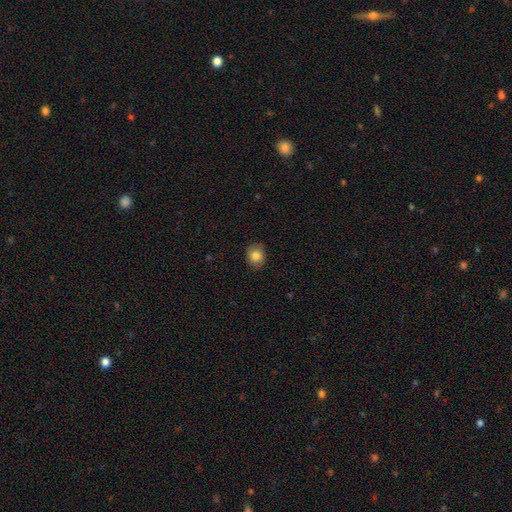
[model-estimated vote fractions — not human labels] Smooth or featured? smooth (84%)
How rounded? round (58%)
Merging? none (87%)